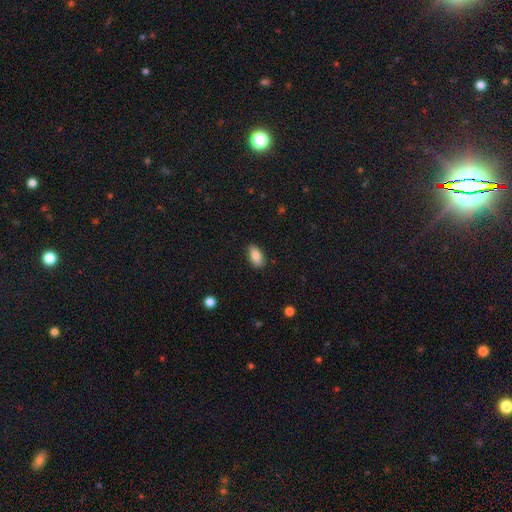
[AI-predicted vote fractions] Smooth or featured: smooth — 83% (featured or disk — 10%)
How rounded: in between — 91% (cigar-shaped — 5%)
Merging: none — 85% (minor disturbance — 11%)